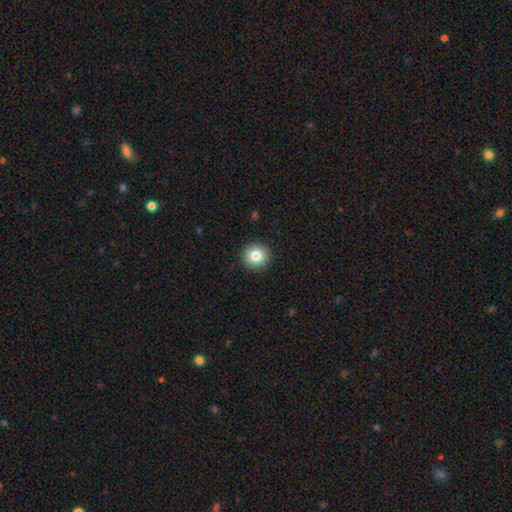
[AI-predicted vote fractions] Q: Smooth or featured?
A: smooth (81%); runner-up: star or artifact (10%)
Q: How rounded?
A: round (94%); runner-up: in between (5%)
Q: Merging?
A: none (92%); runner-up: minor disturbance (5%)